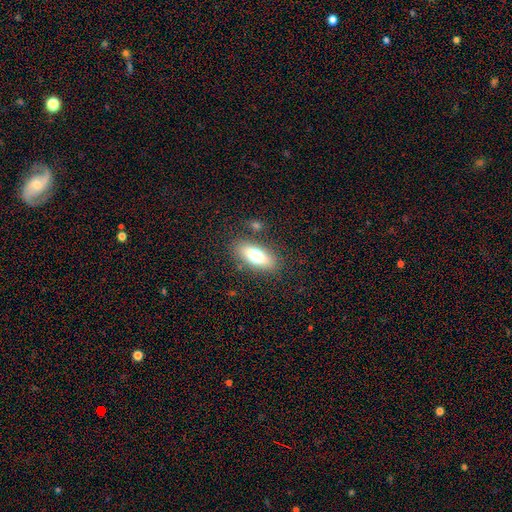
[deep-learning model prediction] This is likely a smooth galaxy (72%). How rounded: likely in between (79%). Merging: clearly none (81%).